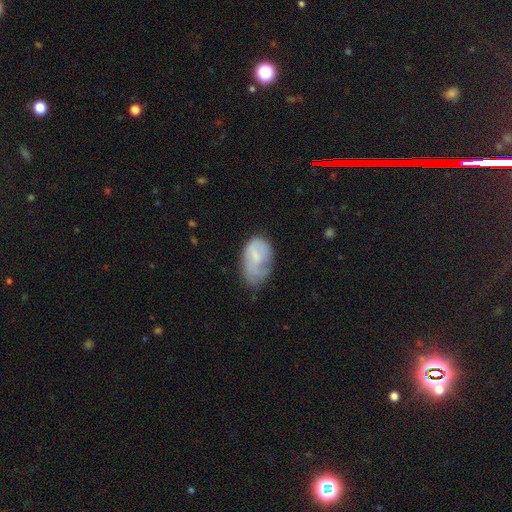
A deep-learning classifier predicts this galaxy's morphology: Overall: smooth (60%; featured or disk 32%). How rounded: in between (91%). Merging: minor disturbance (40%; none 33%).